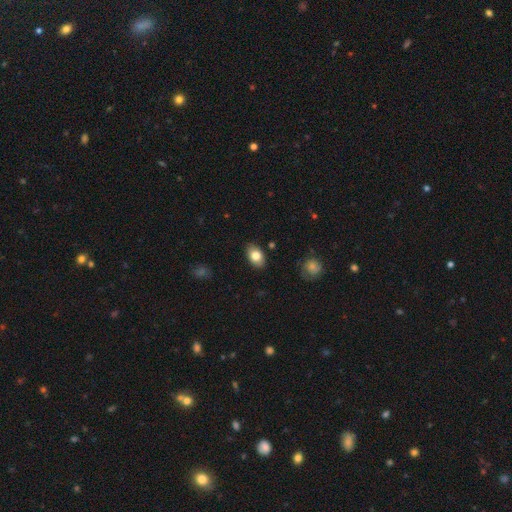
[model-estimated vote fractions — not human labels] Q: Smooth or featured?
A: smooth (81%); runner-up: featured or disk (12%)
Q: How rounded?
A: in between (88%); runner-up: round (11%)
Q: Merging?
A: none (86%); runner-up: minor disturbance (10%)